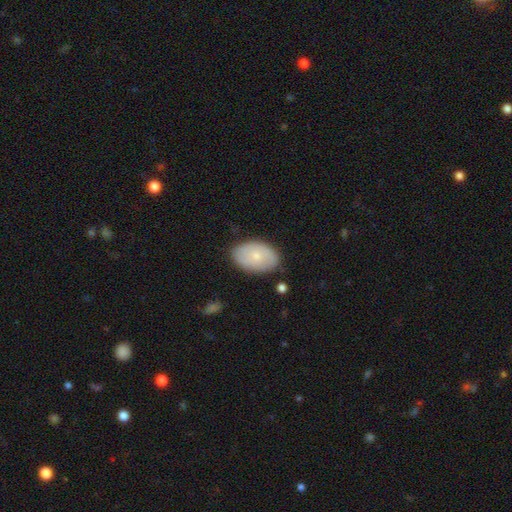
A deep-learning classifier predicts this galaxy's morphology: Smooth or featured?
  - smooth: 66% *
  - featured or disk: 28%
  - star or artifact: 6%
How rounded?
  - in between: 90% *
  - round: 9%
  - cigar-shaped: 1%
Merging?
  - none: 80% *
  - minor disturbance: 15%
  - major disturbance: 3%
  - merger: 2%